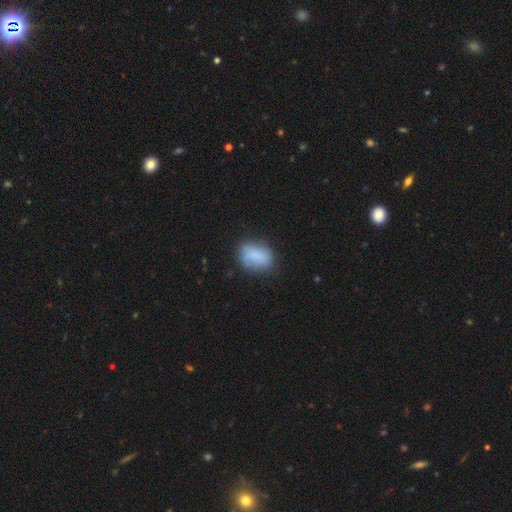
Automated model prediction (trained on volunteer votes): Smooth or featured: smooth — 81% (featured or disk — 11%)
How rounded: in between — 75% (round — 23%)
Merging: none — 69% (minor disturbance — 23%)